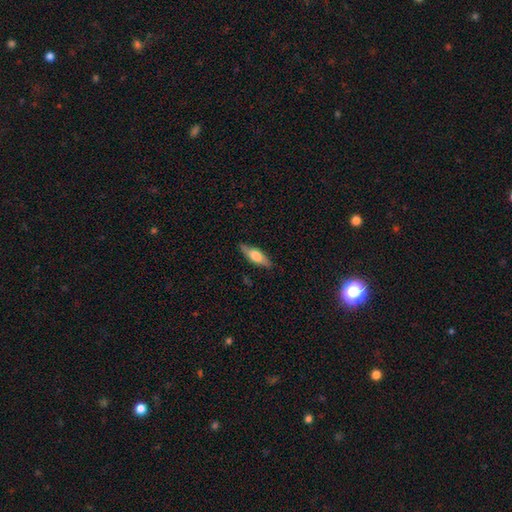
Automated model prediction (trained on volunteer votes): Q: Smooth or featured?
A: smooth (58%); runner-up: featured or disk (36%)
Q: How rounded?
A: in between (50%); runner-up: cigar-shaped (47%)
Q: Merging?
A: none (82%); runner-up: minor disturbance (14%)